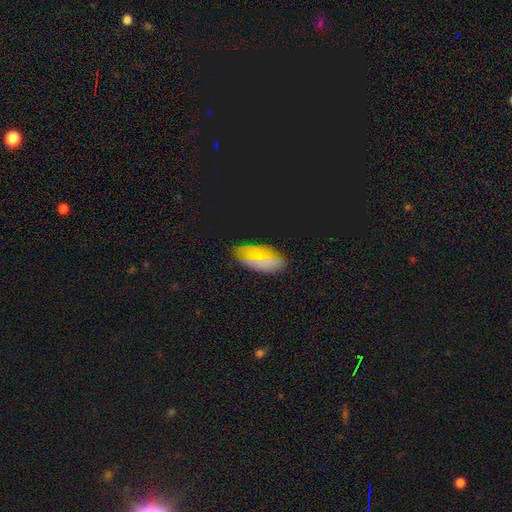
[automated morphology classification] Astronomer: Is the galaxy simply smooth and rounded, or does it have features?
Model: smooth — 45% (runner-up: star or artifact, 35%).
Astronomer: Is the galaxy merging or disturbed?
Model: none — 71%.